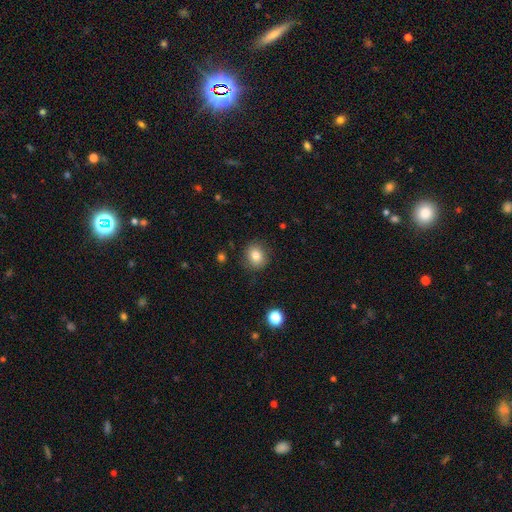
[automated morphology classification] Overall: smooth (80%). How rounded: round (76%). Merging: none (87%).